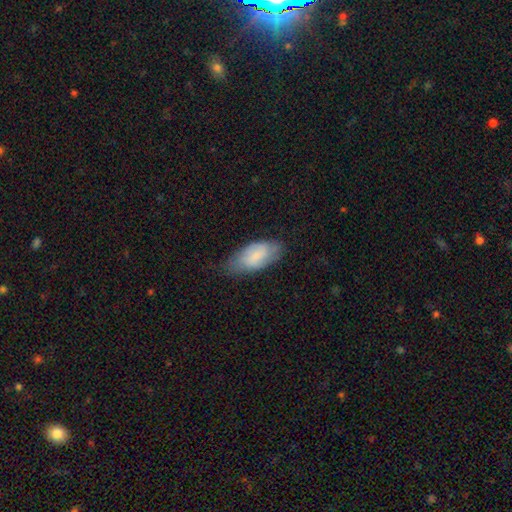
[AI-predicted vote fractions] smooth-or-featured: smooth: 68% | featured or disk: 25% | star or artifact: 7%
  how-rounded: in between: 92% | cigar-shaped: 6% | round: 3%
  merging: none: 62% | minor disturbance: 30% | major disturbance: 7% | merger: 1%